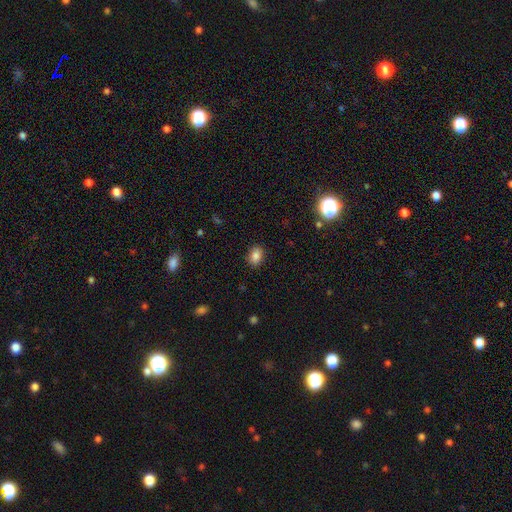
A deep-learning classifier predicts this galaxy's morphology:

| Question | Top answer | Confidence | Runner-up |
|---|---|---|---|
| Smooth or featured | smooth | 84% | star or artifact (11%) |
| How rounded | in between | 69% | round (30%) |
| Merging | none | 88% | minor disturbance (9%) |